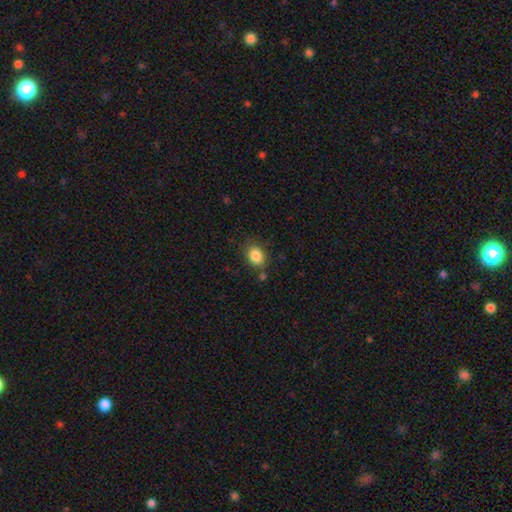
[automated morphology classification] smooth_or_featured: smooth (p=0.85) [alt: star or artifact p=0.09]
how_rounded: in between (p=0.61) [alt: round p=0.38]
merging: none (p=0.78) [alt: minor disturbance p=0.13]